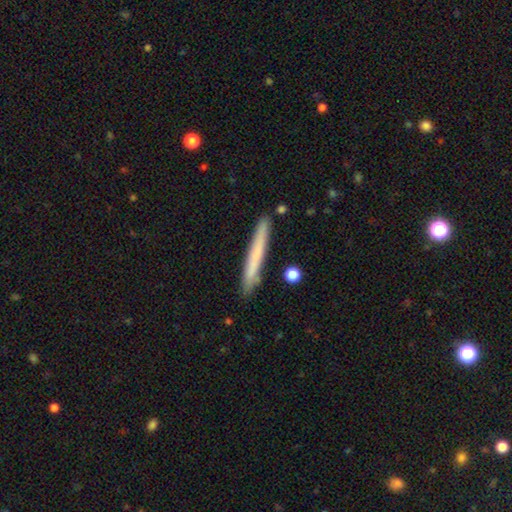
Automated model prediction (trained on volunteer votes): A smooth galaxy with no disk features (66%) that is cigar-shaped (97%). Merging: none (88%).